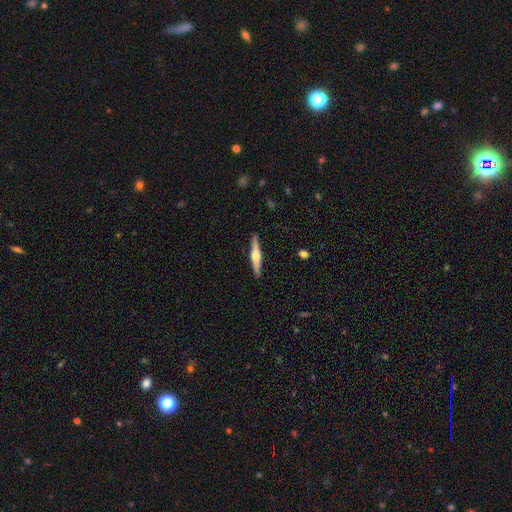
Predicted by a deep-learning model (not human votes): Q: Smooth or featured?
A: featured or disk (73%); runner-up: smooth (22%)
Q: Edge-on disk?
A: yes (98%); runner-up: no (2%)
Q: Edge-on bulge?
A: rounded (92%); runner-up: boxy (6%)
Q: Merging?
A: none (91%); runner-up: minor disturbance (6%)